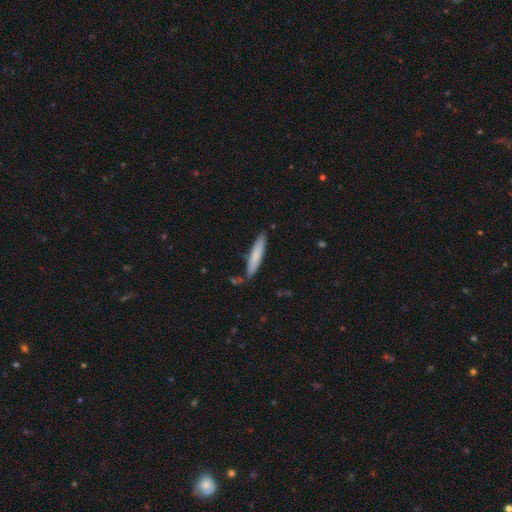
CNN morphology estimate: smooth 73%, featured or disk 21%, star or artifact 6%. Down the decision tree: how rounded — cigar-shaped (90%); merging — none (80%).